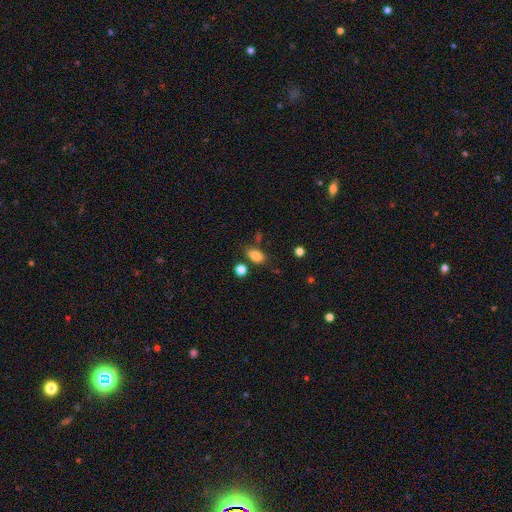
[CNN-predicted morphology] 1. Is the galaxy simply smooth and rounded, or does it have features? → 84% smooth, 11% star or artifact, 6% featured or disk.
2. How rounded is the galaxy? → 83% in between, 14% round, 2% cigar-shaped.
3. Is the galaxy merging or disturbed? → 69% none, 17% minor disturbance, 8% merger, 5% major disturbance.